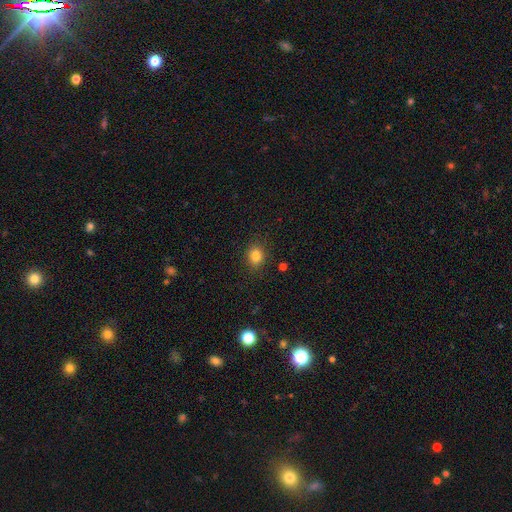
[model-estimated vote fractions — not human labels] Overall: smooth (83%). How rounded: round (58%; in between 41%). Merging: none (86%).